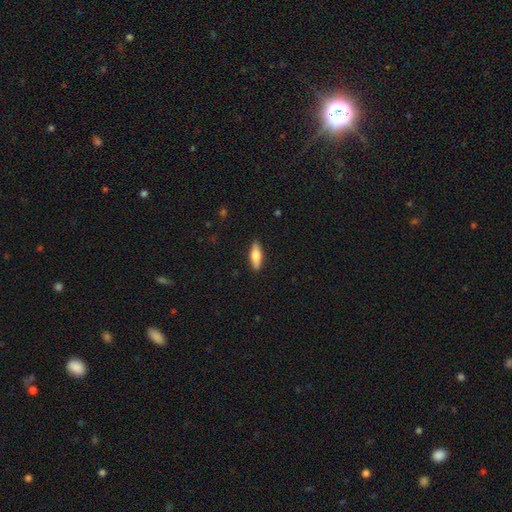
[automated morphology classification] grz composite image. It shows a smooth galaxy with no disk features (72%) that is in between round and cigar-shaped (58%). Merging: none (88%).